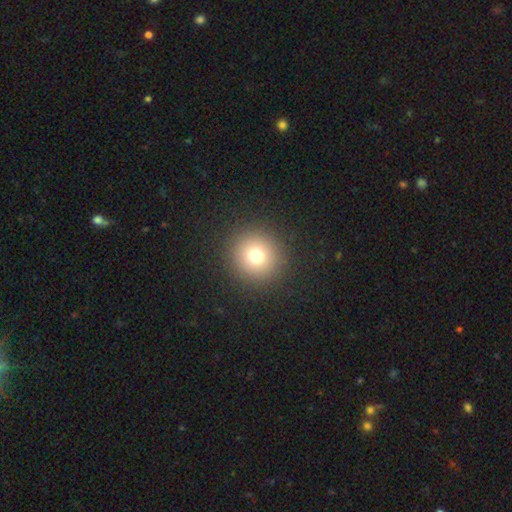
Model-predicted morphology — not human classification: smooth 75%, star or artifact 16%, featured or disk 9%. Down the decision tree: how rounded — round (95%); merging — none (91%).